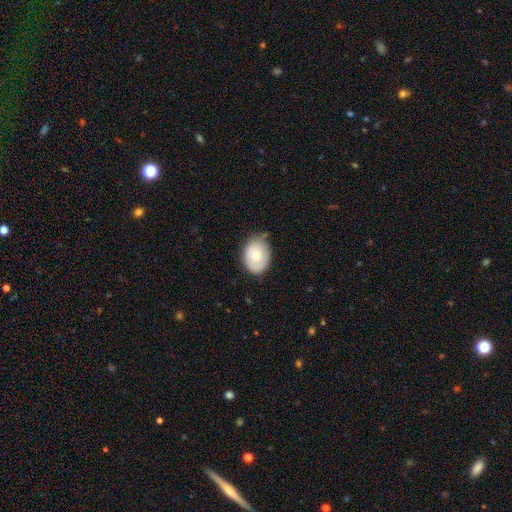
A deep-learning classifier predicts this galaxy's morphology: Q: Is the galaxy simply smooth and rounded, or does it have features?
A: smooth — 71%.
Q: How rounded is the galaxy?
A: in between — 72%.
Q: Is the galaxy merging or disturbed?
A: none — 70%.